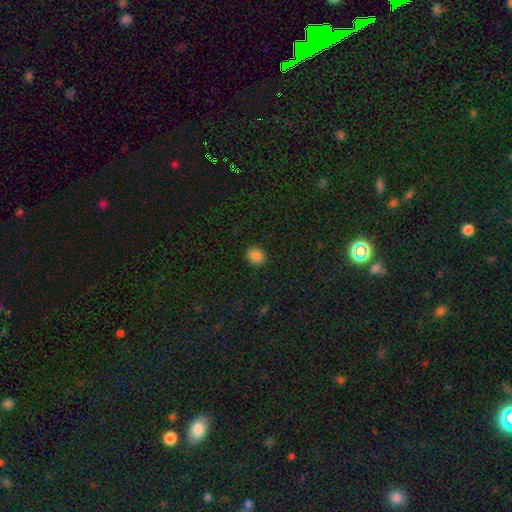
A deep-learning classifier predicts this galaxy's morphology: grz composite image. It shows a smooth galaxy with no disk features (86%) that is round (66%). Merging: none (90%).